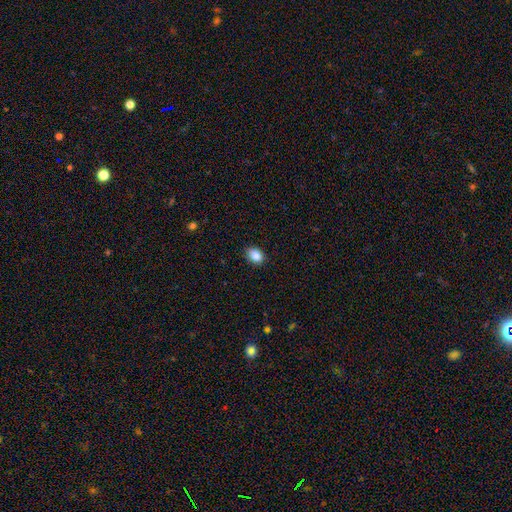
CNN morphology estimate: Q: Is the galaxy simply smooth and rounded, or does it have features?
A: smooth — 87%.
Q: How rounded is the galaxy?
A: in between — 69%.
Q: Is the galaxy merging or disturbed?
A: none — 87%.